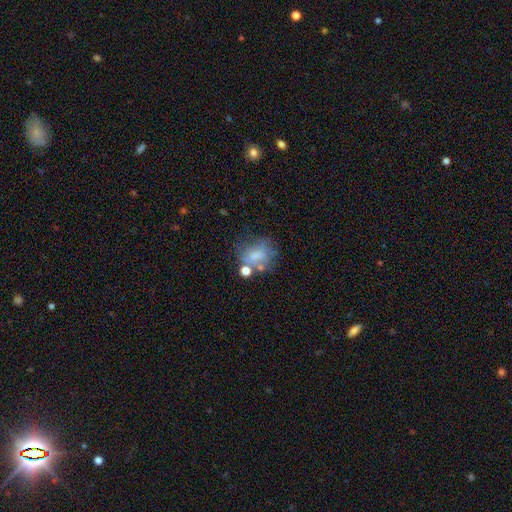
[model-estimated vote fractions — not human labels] smooth-or-featured: smooth: 57% | featured or disk: 29% | star or artifact: 14%
  how-rounded: round: 53% | in between: 46% | cigar-shaped: 1%
  merging: none: 40% | merger: 20% | minor disturbance: 20% | major disturbance: 19%